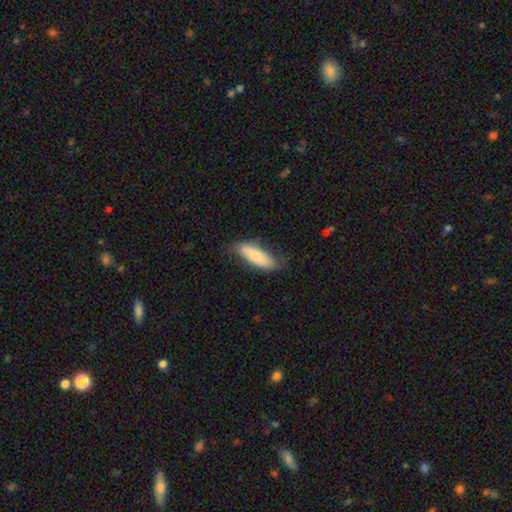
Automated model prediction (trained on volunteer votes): A smooth galaxy with no disk features (71%) that is in between round and cigar-shaped (57%). Merging: none (65%).